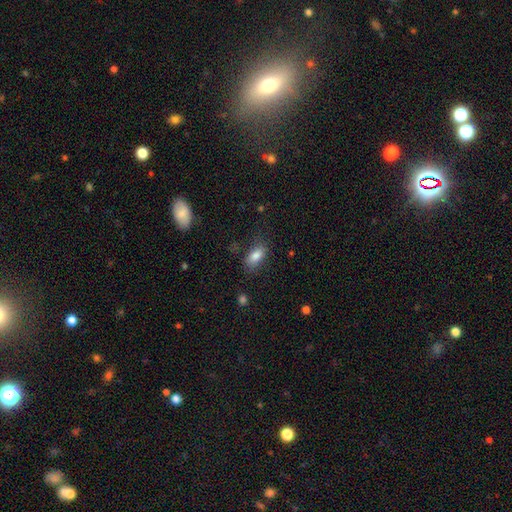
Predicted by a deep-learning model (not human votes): Morphology: type=smooth (83%); roundness=in between (88%); merging=none (76%).